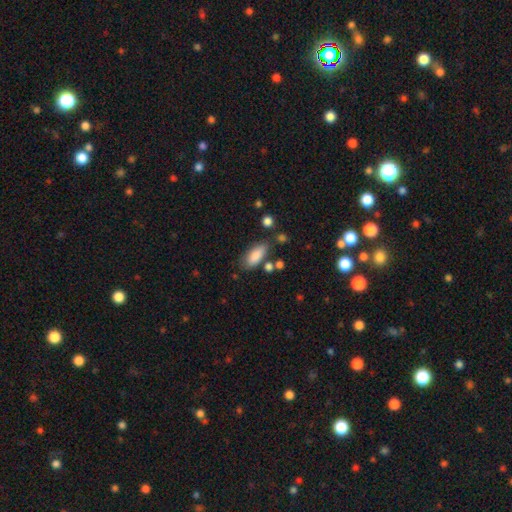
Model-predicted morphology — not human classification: A smooth galaxy with no disk features (85%) that is in between round and cigar-shaped (83%). Merging: none (71%).